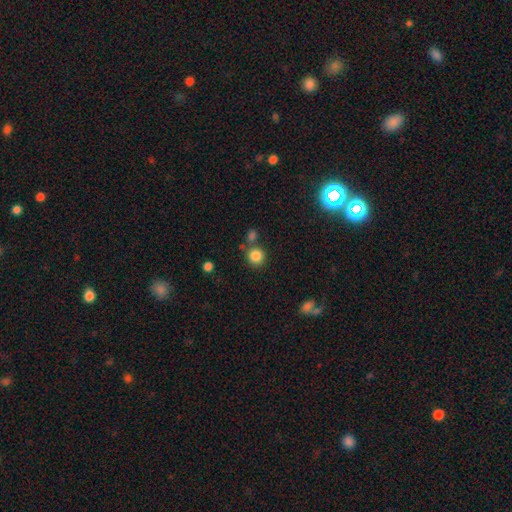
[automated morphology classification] A smooth galaxy with no disk features (85%) that is round (90%).

Vote fractions:
- Smooth or featured? smooth: 85% / star or artifact: 11% / featured or disk: 4%
- How rounded? round: 90% / in between: 9% / cigar-shaped: 1%
- Merging? none: 74% / merger: 14% / minor disturbance: 9% / major disturbance: 3%